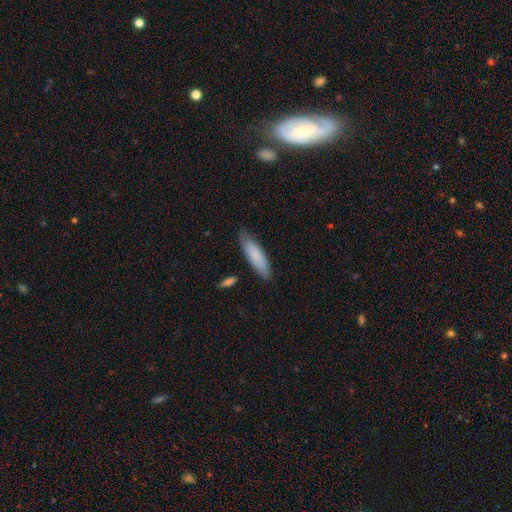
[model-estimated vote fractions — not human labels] This is clearly a smooth galaxy (81%). How rounded: likely cigar-shaped (66%). Merging: clearly none (81%).